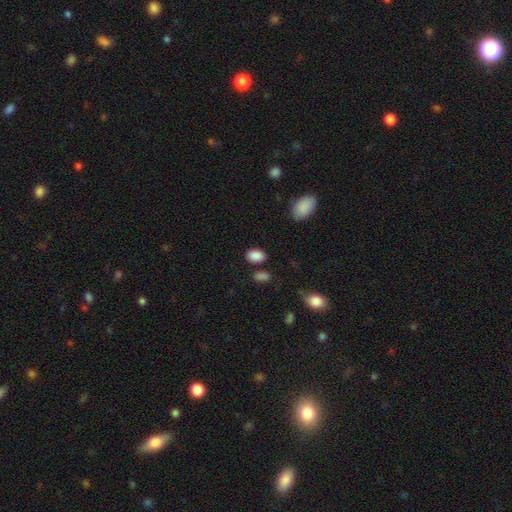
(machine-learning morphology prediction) Smooth or featured? smooth (88%)
How rounded? in between (86%)
Merging? none (80%)